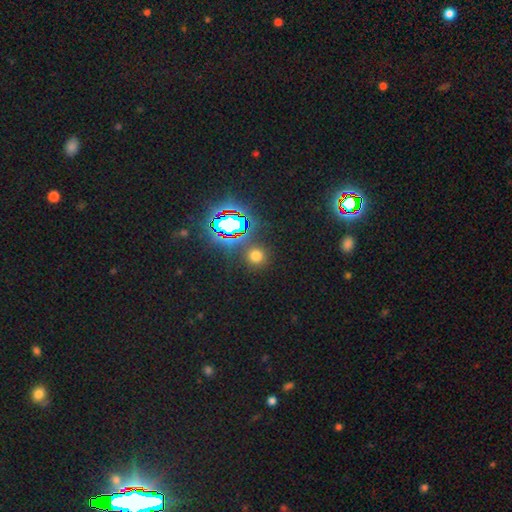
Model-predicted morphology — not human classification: This is likely a smooth galaxy (61%). How rounded: clearly round (90%). Merging: clearly none (85%).